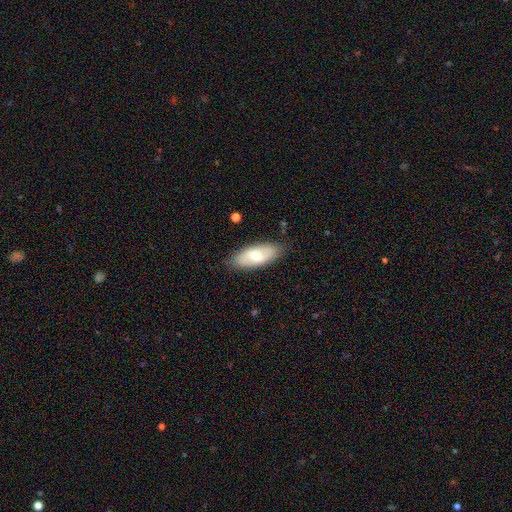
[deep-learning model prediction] Smooth or featured: smooth — 56% (featured or disk — 38%)
How rounded: in between — 87% (cigar-shaped — 11%)
Merging: none — 83% (minor disturbance — 13%)